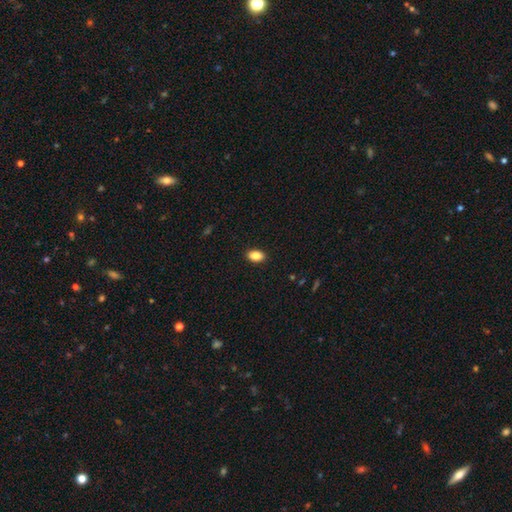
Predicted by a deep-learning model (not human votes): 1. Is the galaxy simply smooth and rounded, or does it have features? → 87% smooth, 8% star or artifact, 5% featured or disk.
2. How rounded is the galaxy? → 89% in between, 10% round, 2% cigar-shaped.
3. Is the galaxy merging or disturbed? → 91% none, 7% minor disturbance, 2% major disturbance, 1% merger.